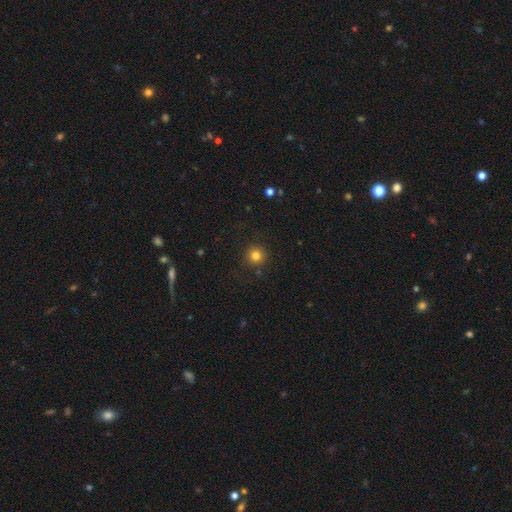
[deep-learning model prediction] Overall: smooth (81%). How rounded: round (95%). Merging: none (89%).